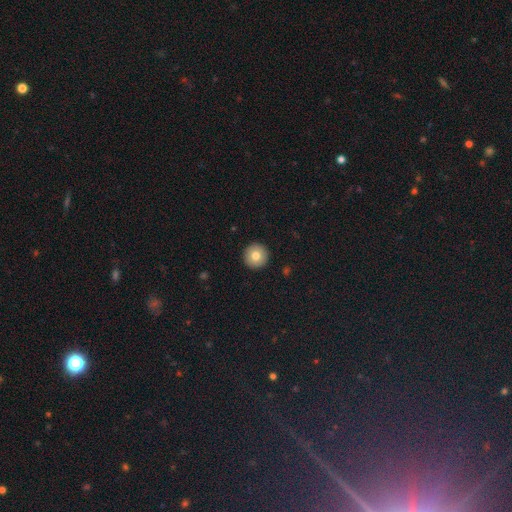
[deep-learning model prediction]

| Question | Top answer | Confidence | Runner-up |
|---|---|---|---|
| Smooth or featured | smooth | 78% | featured or disk (13%) |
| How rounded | round | 96% | in between (3%) |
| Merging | none | 93% | minor disturbance (4%) |